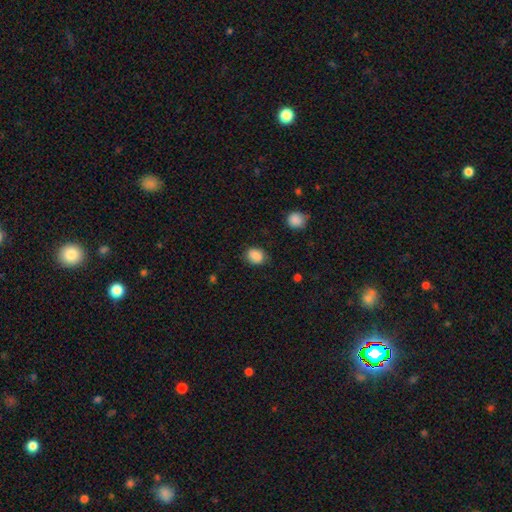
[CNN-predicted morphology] Smooth or featured: smooth — 87% (star or artifact — 9%)
How rounded: round — 52% (in between — 47%)
Merging: none — 77% (minor disturbance — 17%)